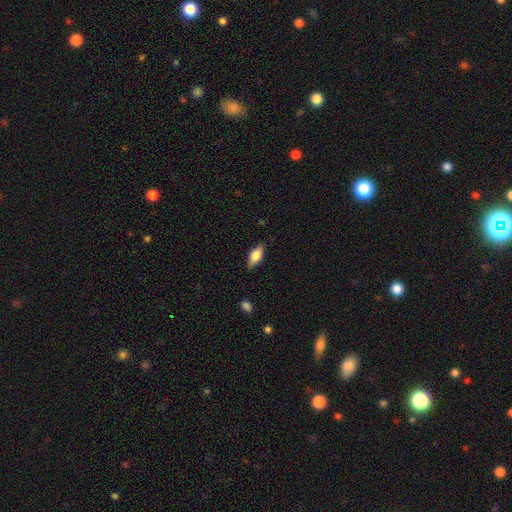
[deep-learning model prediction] A smooth galaxy with no disk features (68%) that is in between round and cigar-shaped (83%).

Vote fractions:
- Smooth or featured? smooth: 68% / featured or disk: 25% / star or artifact: 7%
- How rounded? in between: 83% / cigar-shaped: 13% / round: 3%
- Merging? none: 83% / minor disturbance: 13% / major disturbance: 3% / merger: 1%